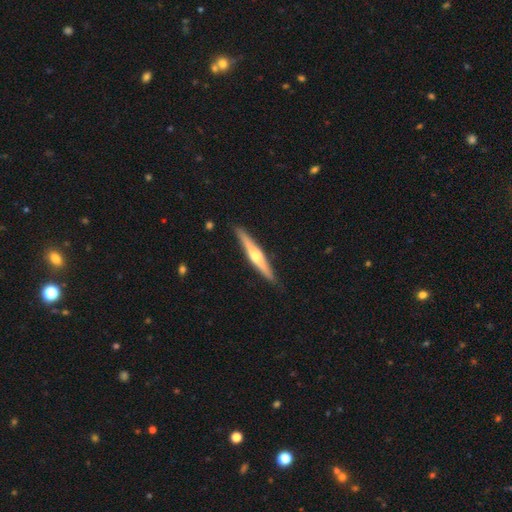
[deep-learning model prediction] featured or disk 69%, smooth 26%, star or artifact 5%. Down the decision tree: edge-on disk — yes (98%); edge-on bulge — rounded (90%); merging — none (90%).